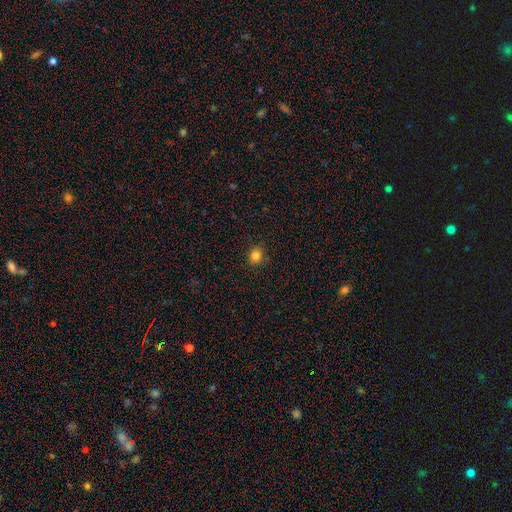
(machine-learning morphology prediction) Smooth or featured? smooth (83%)
How rounded? round (76%)
Merging? none (88%)